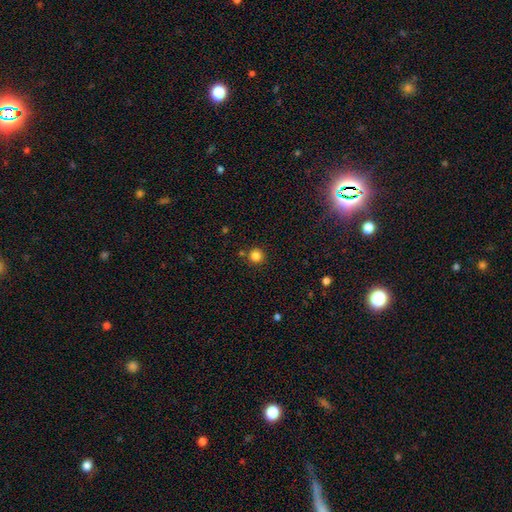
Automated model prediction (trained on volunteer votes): smooth 83%, star or artifact 12%, featured or disk 4%. Down the decision tree: how rounded — round (95%); merging — none (85%).